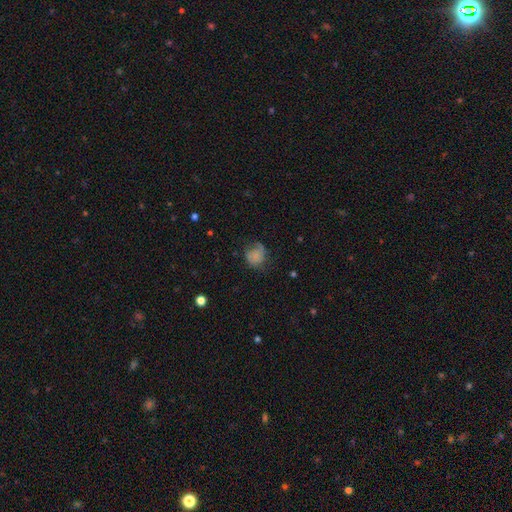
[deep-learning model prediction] Smooth or featured: smooth — 65% (featured or disk — 24%)
How rounded: round — 69% (in between — 30%)
Merging: none — 47% (minor disturbance — 29%)